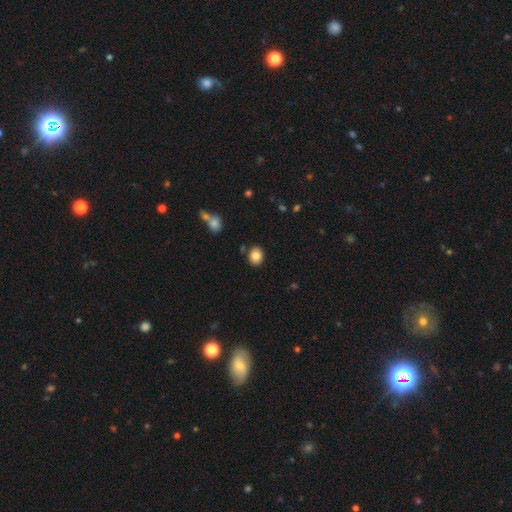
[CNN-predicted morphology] Smooth or featured?
  - smooth: 83% *
  - star or artifact: 9%
  - featured or disk: 8%
How rounded?
  - round: 52% *
  - in between: 47%
  - cigar-shaped: 1%
Merging?
  - none: 86% *
  - minor disturbance: 9%
  - merger: 3%
  - major disturbance: 2%